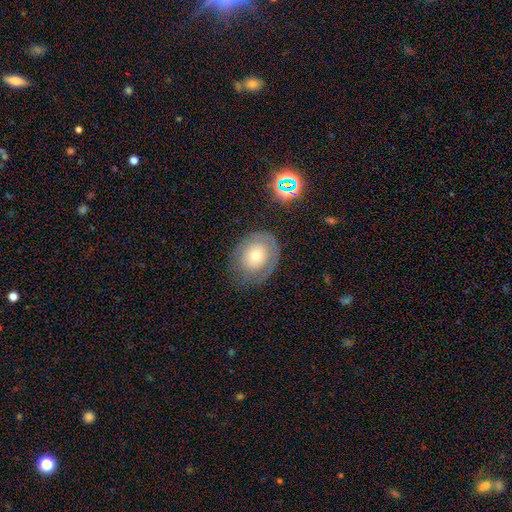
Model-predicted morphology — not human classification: A featured or disk galaxy (47%). Merging: none (69%).